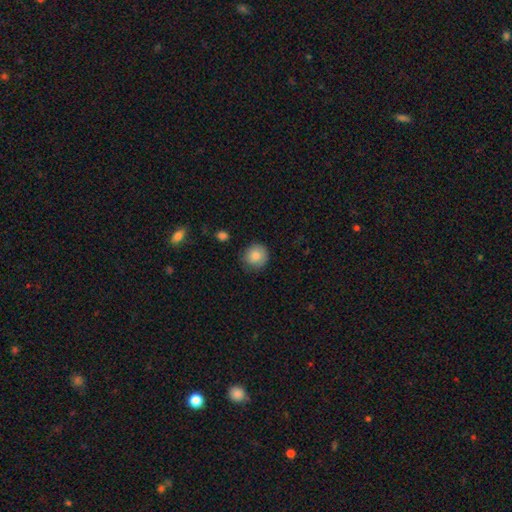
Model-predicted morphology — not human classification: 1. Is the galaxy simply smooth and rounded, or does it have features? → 86% smooth, 8% star or artifact, 6% featured or disk.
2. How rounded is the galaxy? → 90% round, 9% in between, 1% cigar-shaped.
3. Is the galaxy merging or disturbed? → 80% none, 15% minor disturbance, 3% major disturbance, 1% merger.